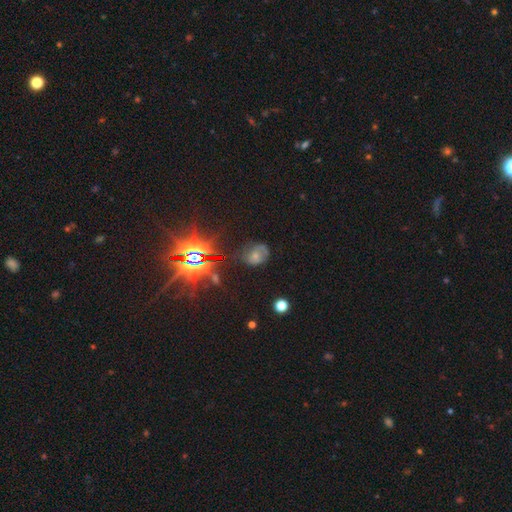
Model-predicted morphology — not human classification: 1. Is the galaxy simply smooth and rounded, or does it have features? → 44% smooth, 29% featured or disk, 27% star or artifact.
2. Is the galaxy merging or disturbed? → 46% none, 30% minor disturbance, 20% major disturbance, 4% merger.